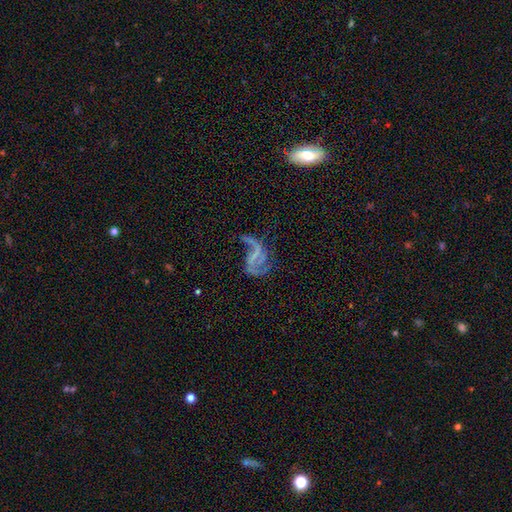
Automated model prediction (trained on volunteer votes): Smooth or featured? featured or disk (74%)
Edge-on disk? no (97%)
Bar? no (47%)
Spiral arms? yes (80%)
Spiral winding? loose (74%)
Spiral arm count? 2 (61%)
Bulge size? none (60%)
Merging? major disturbance (41%)